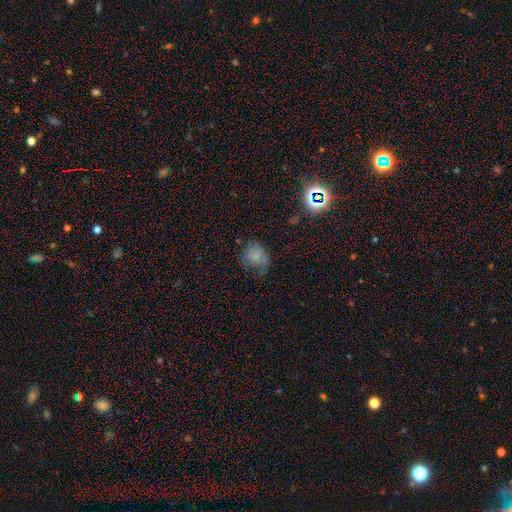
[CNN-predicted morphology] Smooth or featured? Predicted: smooth (p=0.54). How rounded? Predicted: round (p=0.55). Merging? Predicted: none (p=0.38).